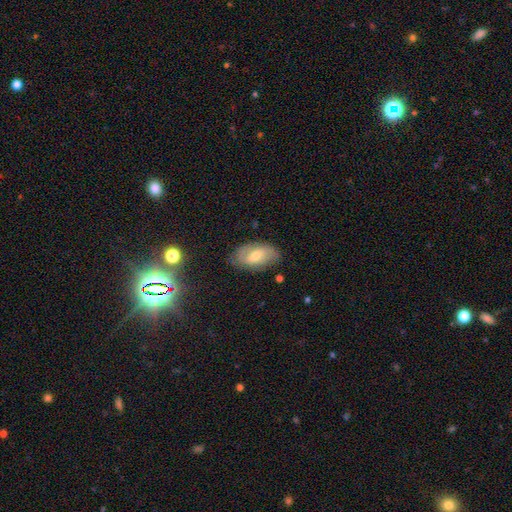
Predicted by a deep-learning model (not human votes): Q: Smooth or featured?
A: smooth (52%); runner-up: featured or disk (41%)
Q: How rounded?
A: in between (93%); runner-up: round (4%)
Q: Merging?
A: none (75%); runner-up: minor disturbance (19%)